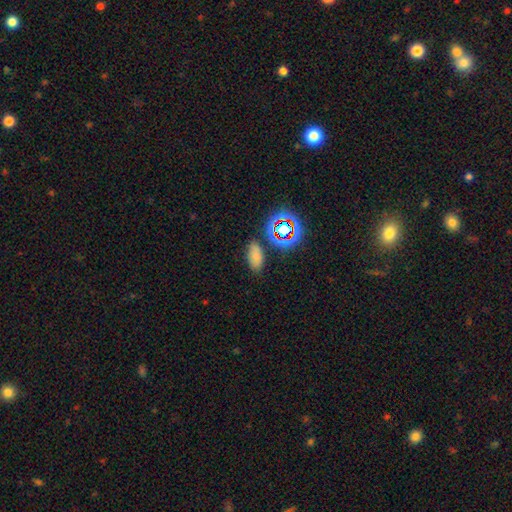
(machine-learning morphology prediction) smooth_or_featured: smooth (p=0.70) [alt: star or artifact p=0.21]
how_rounded: in between (p=0.89) [alt: round p=0.07]
merging: none (p=0.78) [alt: minor disturbance p=0.13]